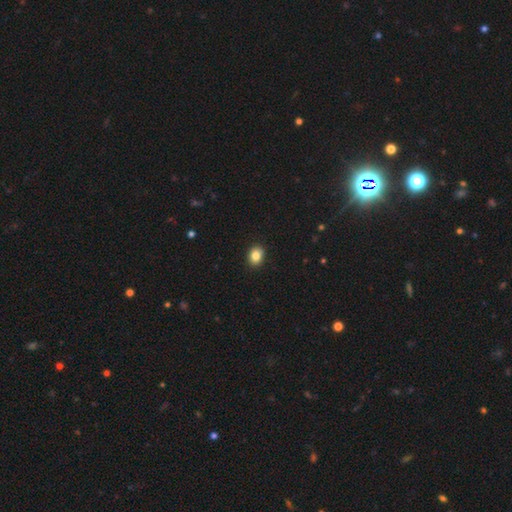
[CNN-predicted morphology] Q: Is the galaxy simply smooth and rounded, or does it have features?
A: smooth — 85%.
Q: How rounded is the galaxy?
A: in between — 55%.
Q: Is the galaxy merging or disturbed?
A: none — 91%.